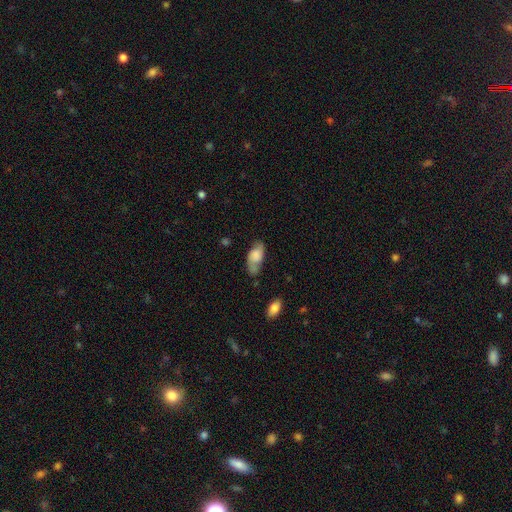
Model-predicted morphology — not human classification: The model was most divided on "merging": none: 55%, minor disturbance: 29%, major disturbance: 10%, merger: 6%. More confident: how rounded — in between (89%); smooth or featured — smooth (61%).